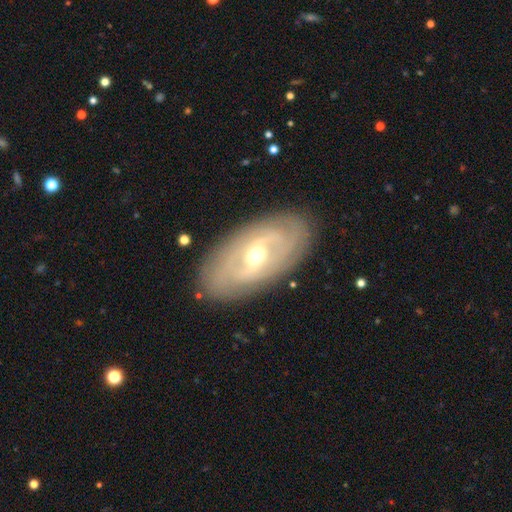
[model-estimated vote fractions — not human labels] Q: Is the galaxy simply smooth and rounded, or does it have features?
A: featured or disk — 76%.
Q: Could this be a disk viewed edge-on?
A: no — 90%.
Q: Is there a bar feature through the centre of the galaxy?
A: weak — 45%.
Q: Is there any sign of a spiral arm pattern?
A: yes — 68%.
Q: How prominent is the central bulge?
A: moderate — 68%.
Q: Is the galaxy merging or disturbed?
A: none — 84%.